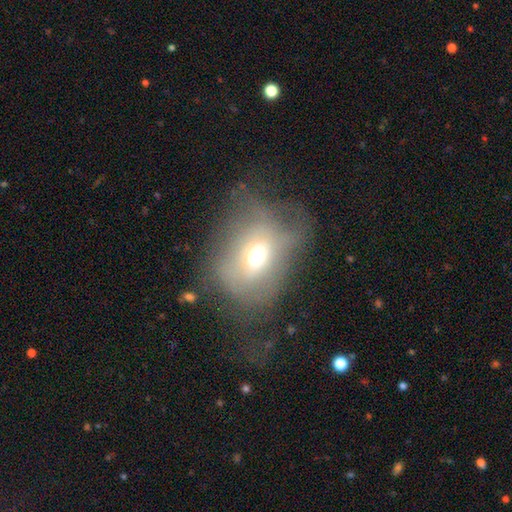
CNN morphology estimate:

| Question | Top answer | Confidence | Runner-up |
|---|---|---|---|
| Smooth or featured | smooth | 52% | featured or disk (35%) |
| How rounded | in between | 57% | round (41%) |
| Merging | major disturbance | 39% | none (31%) |